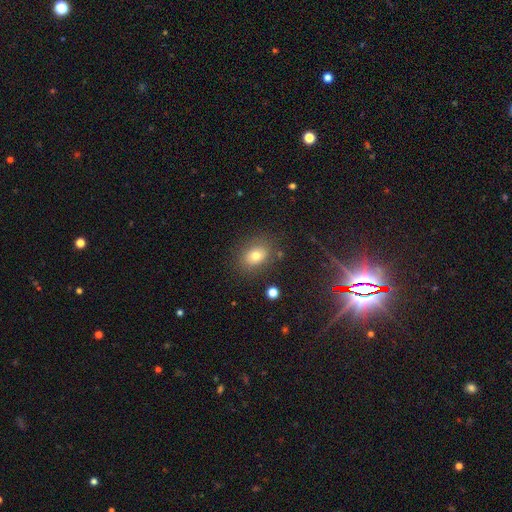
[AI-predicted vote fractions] Smooth or featured? Predicted: smooth (p=0.74). How rounded? Predicted: in between (p=0.61). Merging? Predicted: none (p=0.81).